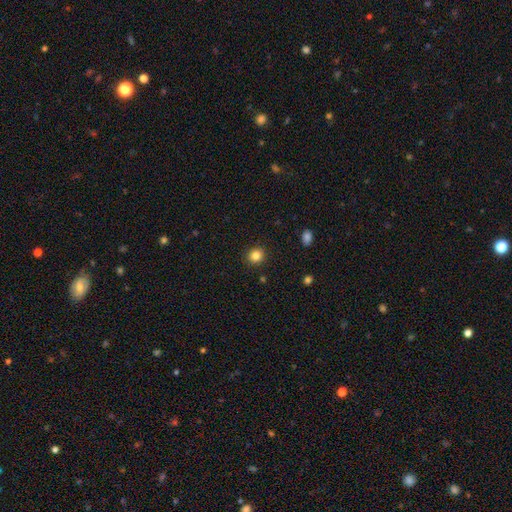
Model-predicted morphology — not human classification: Overall: smooth (84%). How rounded: round (83%). Merging: none (91%).